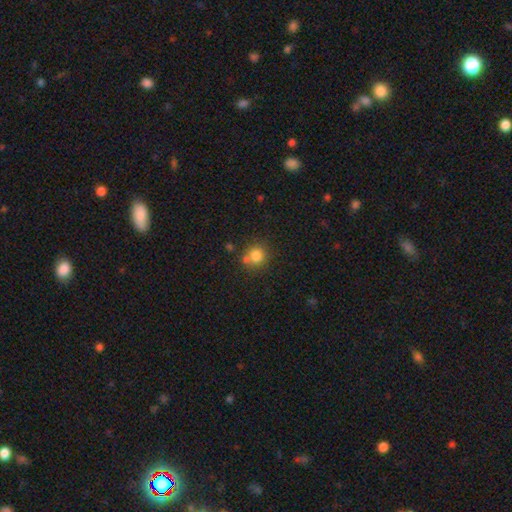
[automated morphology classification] Smooth or featured: smooth — 81% (star or artifact — 12%)
How rounded: round — 88% (in between — 11%)
Merging: none — 66% (merger — 17%)